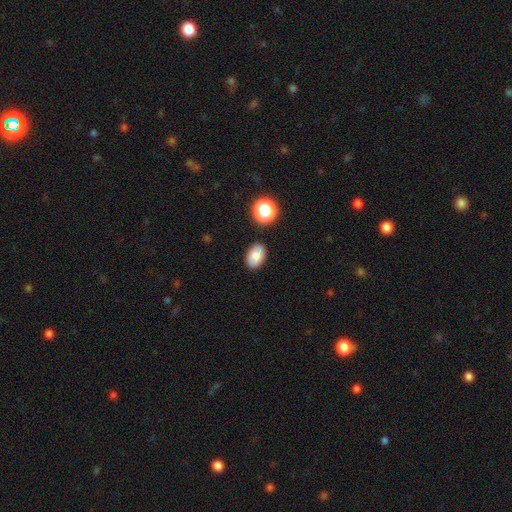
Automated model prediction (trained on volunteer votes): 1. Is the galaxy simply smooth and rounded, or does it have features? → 79% smooth, 11% featured or disk, 10% star or artifact.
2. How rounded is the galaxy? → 85% in between, 13% round, 1% cigar-shaped.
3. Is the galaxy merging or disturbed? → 85% none, 10% minor disturbance, 3% merger, 2% major disturbance.